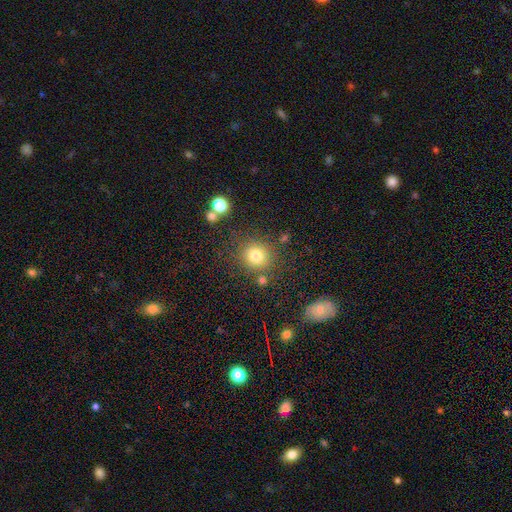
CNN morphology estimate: smooth 78%, star or artifact 14%, featured or disk 8%. Down the decision tree: how rounded — round (91%); merging — none (81%).